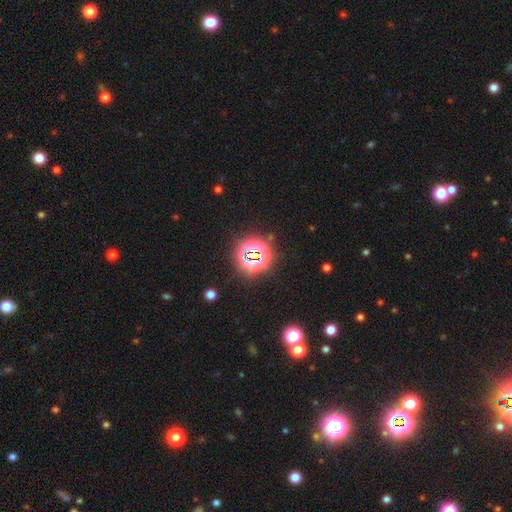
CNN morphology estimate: Smooth or featured? star or artifact (75%)